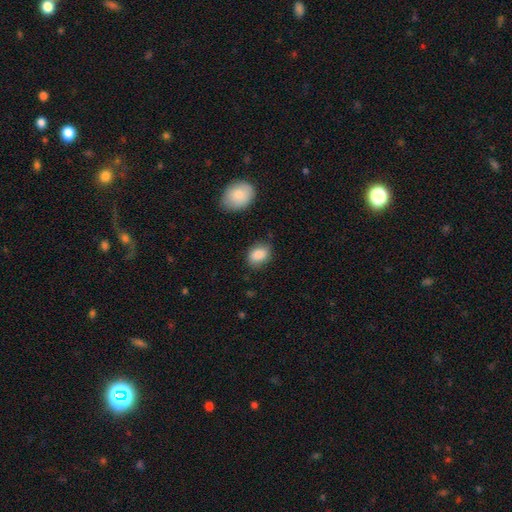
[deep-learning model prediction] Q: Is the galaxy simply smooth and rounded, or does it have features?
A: smooth — 88%.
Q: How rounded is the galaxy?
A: in between — 76%.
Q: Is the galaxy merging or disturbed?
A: none — 75%.